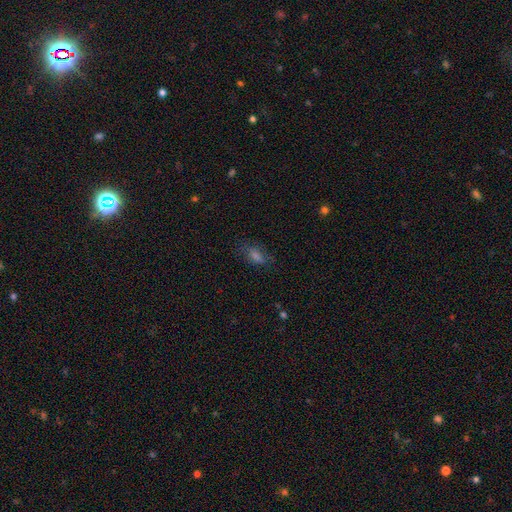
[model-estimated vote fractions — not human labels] The model was most divided on "smooth or featured": smooth: 56%, star or artifact: 24%, featured or disk: 20%. More confident: how rounded — in between (78%); merging — none (69%).